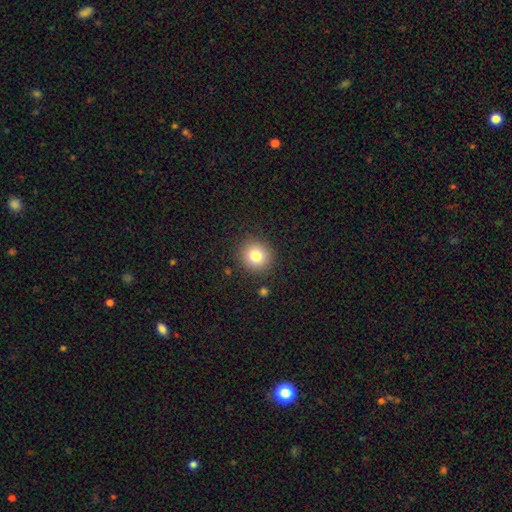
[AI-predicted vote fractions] Smooth or featured? Predicted: smooth (p=0.80). How rounded? Predicted: round (p=0.89). Merging? Predicted: none (p=0.89).